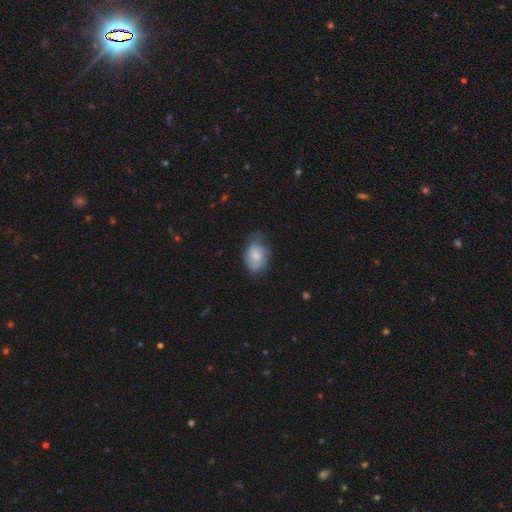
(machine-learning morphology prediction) Smooth or featured? Predicted: smooth (p=0.77). How rounded? Predicted: in between (p=0.79). Merging? Predicted: none (p=0.55).